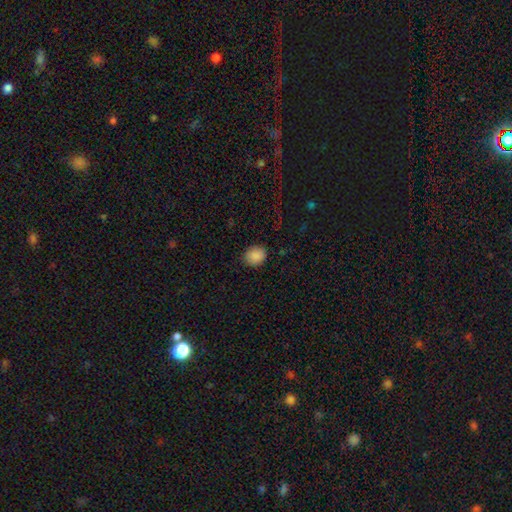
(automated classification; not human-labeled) This is clearly a smooth galaxy (88%). How rounded: possibly round (55%). Merging: clearly none (86%).